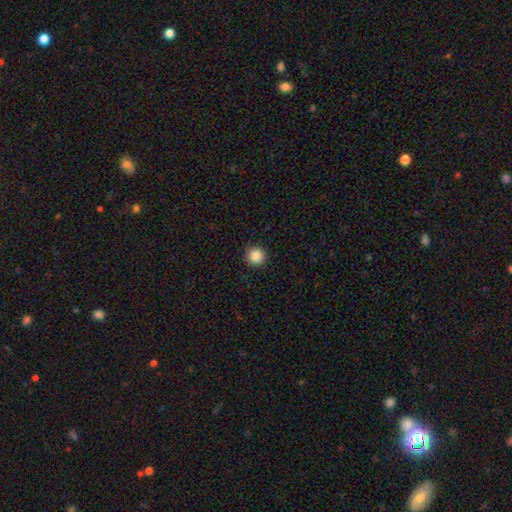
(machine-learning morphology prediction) Smooth or featured? smooth (86%)
How rounded? round (95%)
Merging? none (92%)